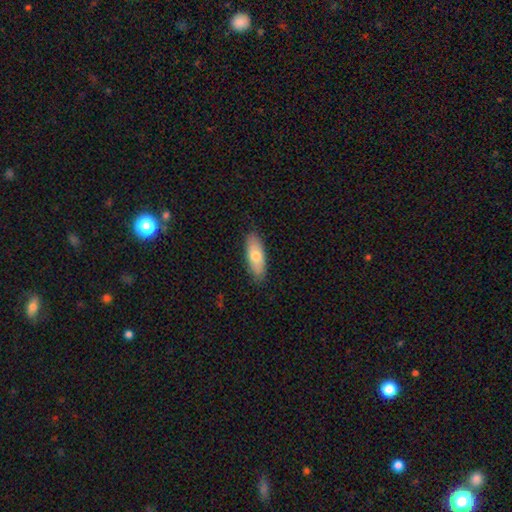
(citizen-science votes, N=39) smooth-or-featured: smooth: 67% | featured or disk: 28% | star or artifact: 5%
  how-rounded: cigar-shaped: 50% | in between: 46% | round: 4%
  merging: none: 86% | minor disturbance: 8% | major disturbance: 3% | merger: 3%